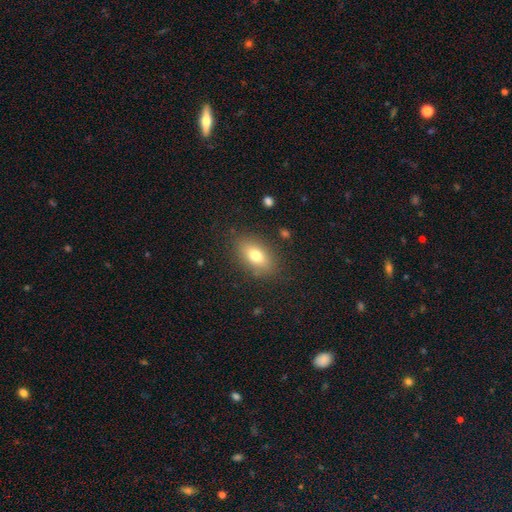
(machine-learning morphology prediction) Smooth or featured? smooth (76%)
How rounded? in between (87%)
Merging? none (84%)